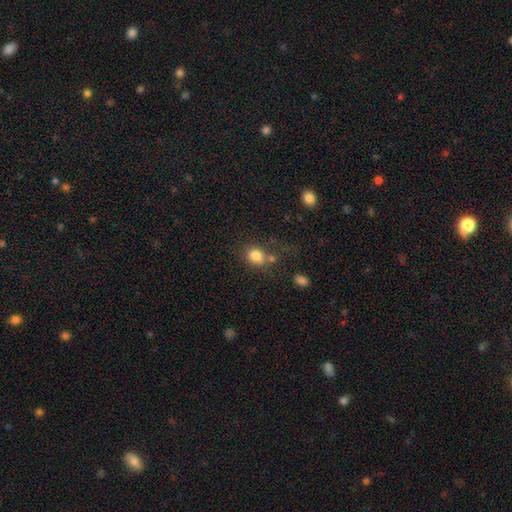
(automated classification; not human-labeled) Smooth or featured?
  - smooth: 81% *
  - star or artifact: 11%
  - featured or disk: 8%
How rounded?
  - round: 64% *
  - in between: 35%
  - cigar-shaped: 1%
Merging?
  - none: 56% *
  - merger: 21%
  - minor disturbance: 15%
  - major disturbance: 8%